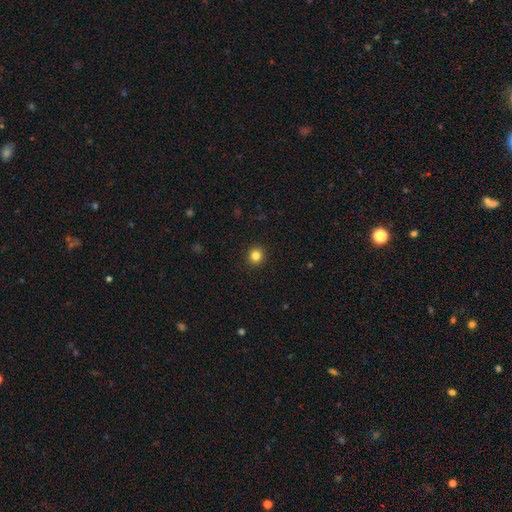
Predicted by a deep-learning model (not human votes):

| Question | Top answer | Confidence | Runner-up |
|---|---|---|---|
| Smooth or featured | smooth | 83% | star or artifact (12%) |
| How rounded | round | 91% | in between (8%) |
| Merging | none | 93% | minor disturbance (5%) |